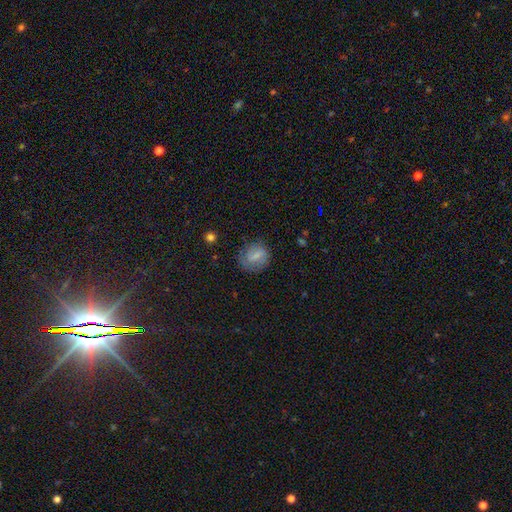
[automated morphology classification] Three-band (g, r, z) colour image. It shows a smooth galaxy with no disk features (57%) that is round (65%). Merging: none (70%).